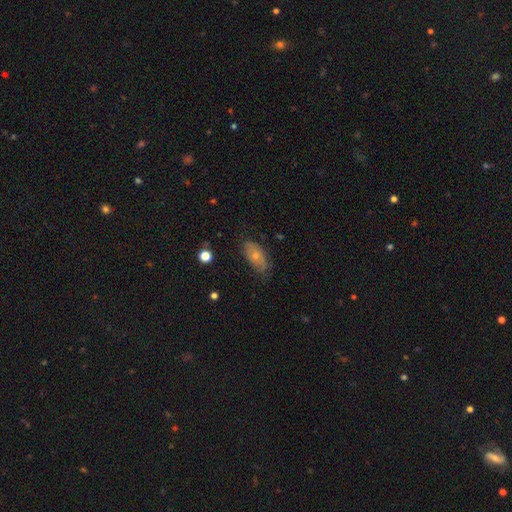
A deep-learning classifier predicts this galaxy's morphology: Smooth or featured? Predicted: smooth (p=0.62). How rounded? Predicted: in between (p=0.90). Merging? Predicted: none (p=0.69).